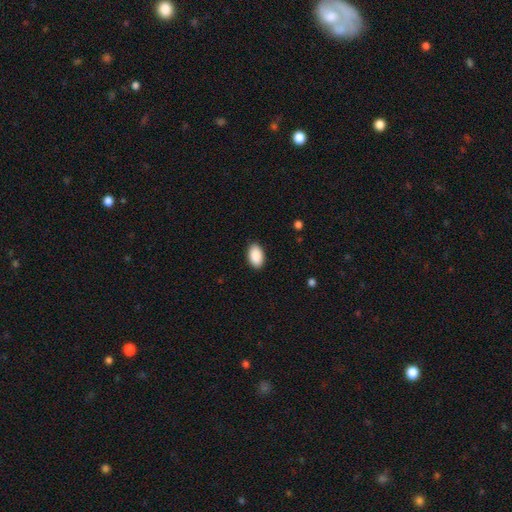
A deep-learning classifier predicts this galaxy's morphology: A smooth galaxy with no disk features (91%) that is in between round and cigar-shaped (94%).

Vote fractions:
- Smooth or featured? smooth: 91% / star or artifact: 6% / featured or disk: 3%
- How rounded? in between: 94% / round: 5% / cigar-shaped: 1%
- Merging? none: 89% / minor disturbance: 8% / major disturbance: 2% / merger: 1%